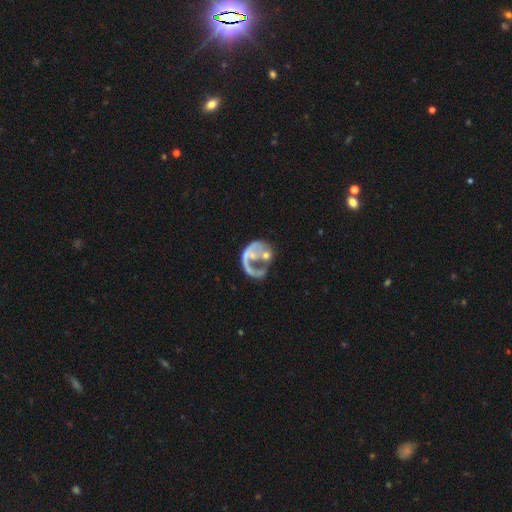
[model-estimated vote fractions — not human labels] Smooth or featured? featured or disk (63%)
Edge-on disk? no (98%)
Bar? no (86%)
Spiral arms? no (70%)
Bulge size? none (53%)
Merging? major disturbance (39%)